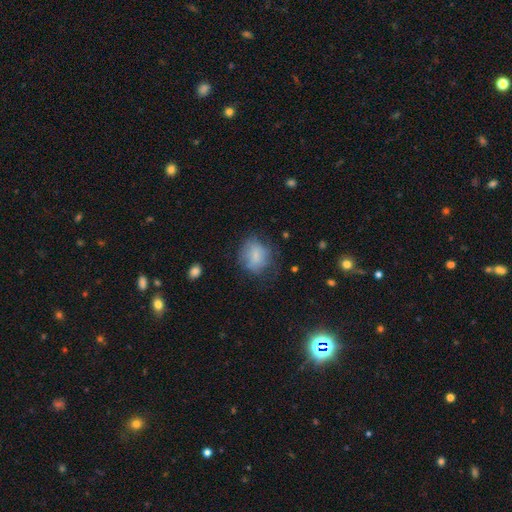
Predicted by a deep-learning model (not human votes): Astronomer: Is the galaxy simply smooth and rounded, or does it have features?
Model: smooth — 70%.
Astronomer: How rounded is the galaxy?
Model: round — 65%.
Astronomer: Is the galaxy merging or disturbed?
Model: none — 56%.